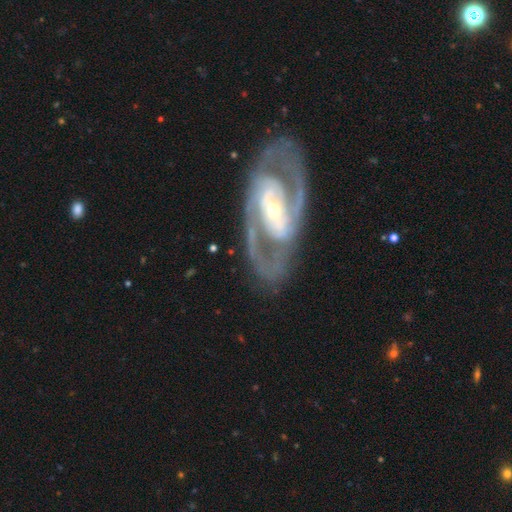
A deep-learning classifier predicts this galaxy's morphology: smooth-or-featured: featured or disk: 89% | smooth: 7% | star or artifact: 5%
  disk-edge-on: no: 95% | yes: 5%
    bar: strong: 41% | weak: 33% | no: 26%
    has-spiral-arms: yes: 90% | no: 10%
      spiral-winding: medium: 48% | tight: 40% | loose: 12%
      spiral-arm-count: 2: 87% | can't tell: 6% | 3: 2% | 1: 2% | 4: 1% | more than 4: 1%
    bulge-size: small: 51% | moderate: 41% | large: 5% | none: 1% | dominant: 1%
  merging: none: 82% | minor disturbance: 11% | major disturbance: 5% | merger: 1%